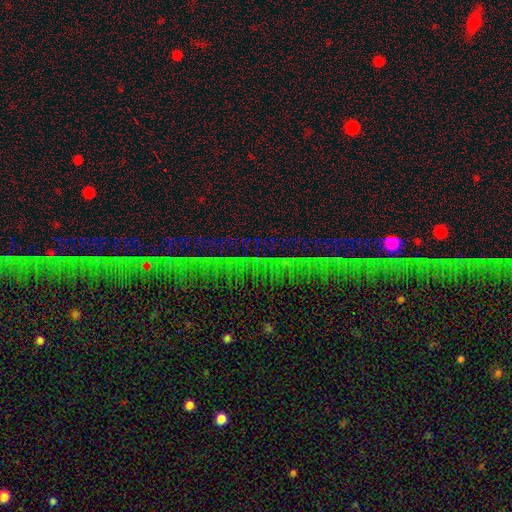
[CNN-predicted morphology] Smooth or featured: star or artifact — 78% (featured or disk — 12%)